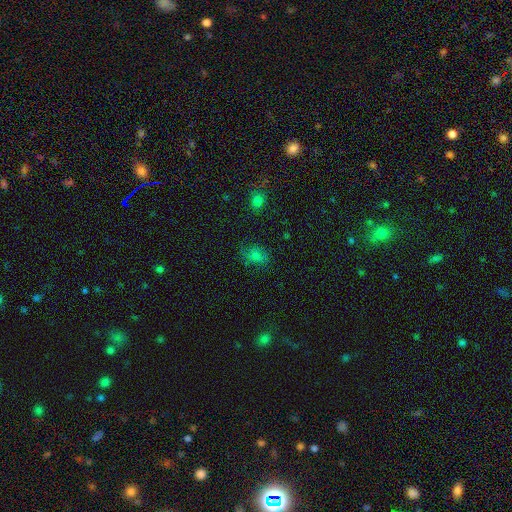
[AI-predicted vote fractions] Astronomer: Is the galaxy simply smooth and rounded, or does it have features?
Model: smooth — 59%.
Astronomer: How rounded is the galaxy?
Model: in between — 57% (runner-up: round, 41%).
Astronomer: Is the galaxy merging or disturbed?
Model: none — 67%.